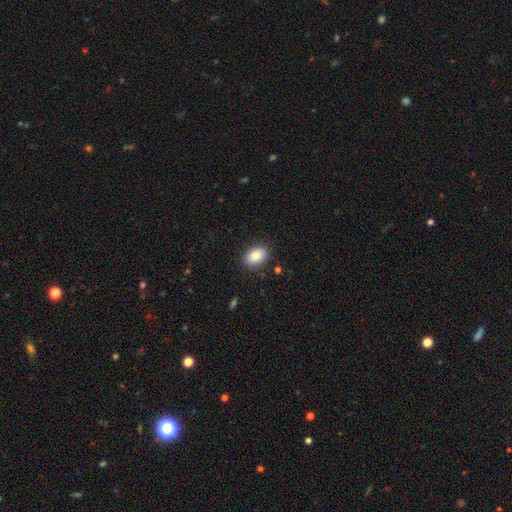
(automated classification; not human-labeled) Morphology: type=smooth (86%); roundness=in between (82%); merging=none (87%).